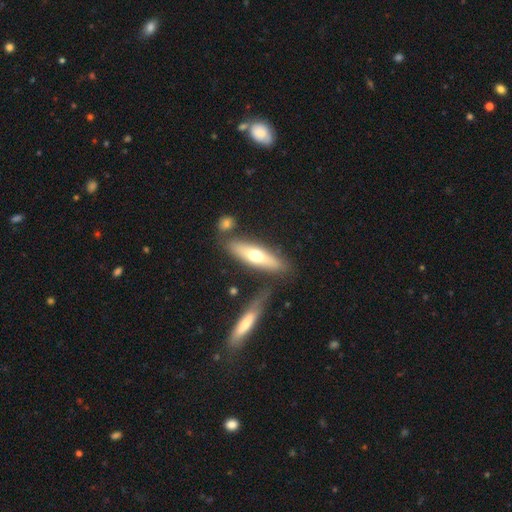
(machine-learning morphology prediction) Smooth or featured: smooth — 54% (featured or disk — 41%)
How rounded: cigar-shaped — 65% (in between — 33%)
Merging: none — 71% (minor disturbance — 15%)